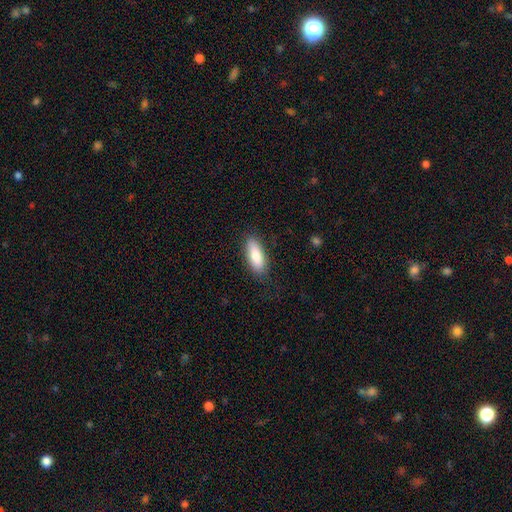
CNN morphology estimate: type=smooth (82%); roundness=in between (70%); merging=none (84%).